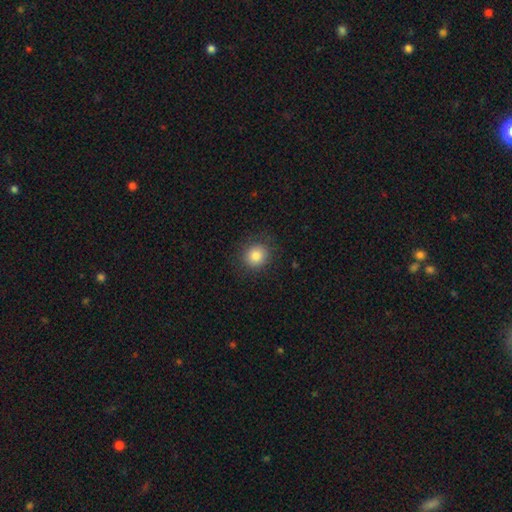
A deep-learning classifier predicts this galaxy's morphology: A smooth galaxy with no disk features (83%) that is round (85%).

Vote fractions:
- Smooth or featured? smooth: 83% / star or artifact: 10% / featured or disk: 6%
- How rounded? round: 85% / in between: 14% / cigar-shaped: 1%
- Merging? none: 86% / minor disturbance: 9% / major disturbance: 3% / merger: 1%